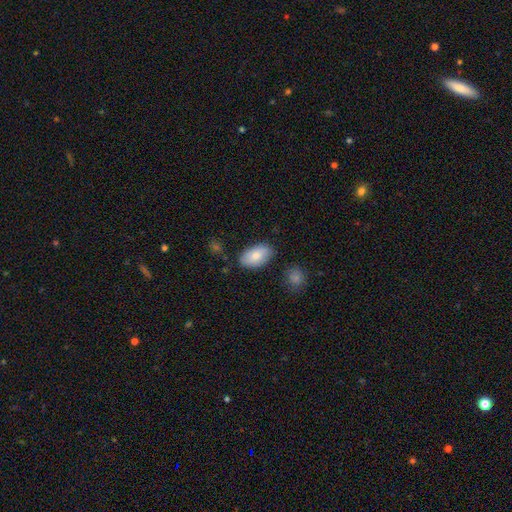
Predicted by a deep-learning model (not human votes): smooth_or_featured: smooth (p=0.81) [alt: featured or disk p=0.13]
how_rounded: in between (p=0.94) [alt: round p=0.05]
merging: none (p=0.80) [alt: minor disturbance p=0.14]